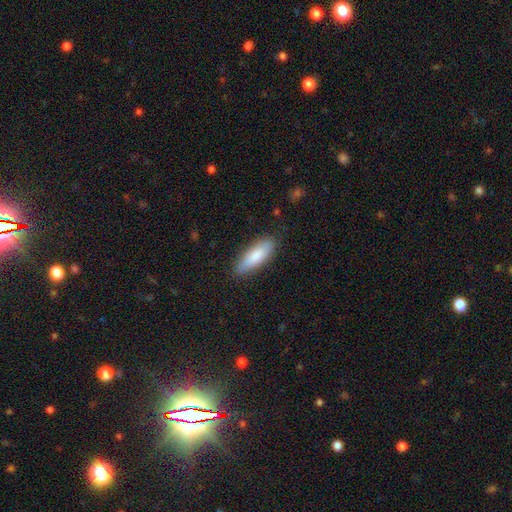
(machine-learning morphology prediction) smooth_or_featured: smooth (p=0.81) [alt: featured or disk p=0.14]
how_rounded: in between (p=0.50) [alt: cigar-shaped p=0.48]
merging: none (p=0.85) [alt: minor disturbance p=0.11]